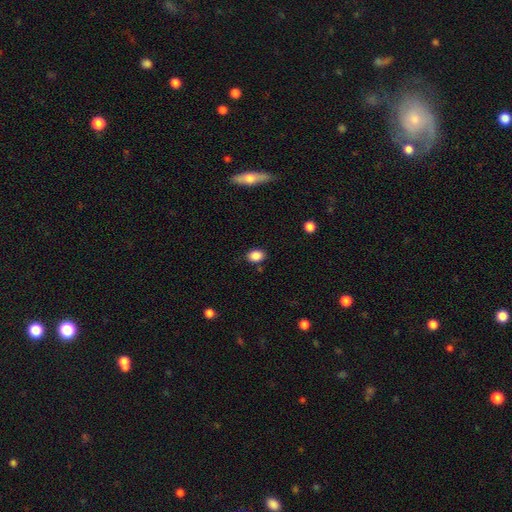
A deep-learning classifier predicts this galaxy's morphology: smooth-or-featured: smooth: 88% | star or artifact: 9% | featured or disk: 4%
  how-rounded: in between: 69% | round: 30% | cigar-shaped: 1%
  merging: none: 82% | minor disturbance: 12% | major disturbance: 3% | merger: 2%